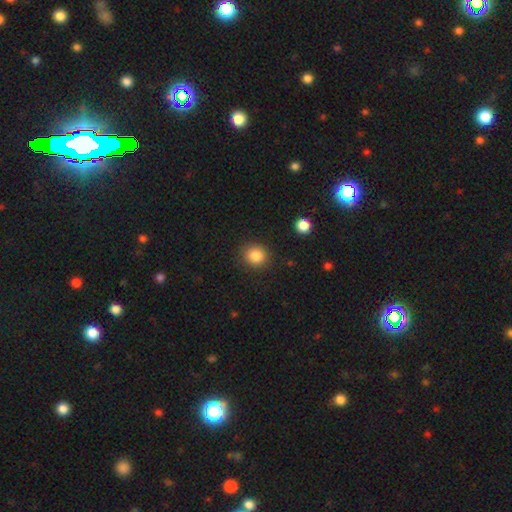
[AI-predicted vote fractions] This appears to be a smooth galaxy with no disk features (85%) that is round (87%). Merging: none (88%).